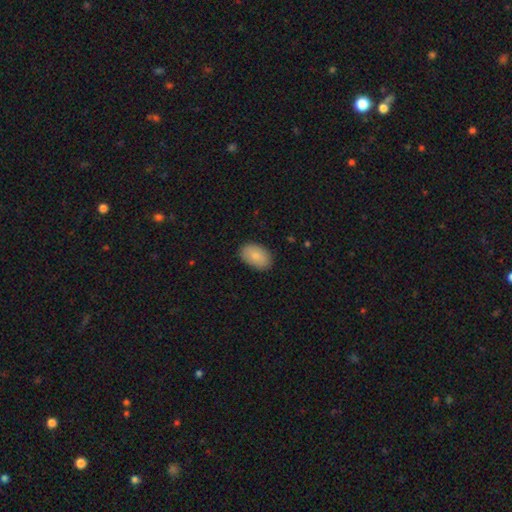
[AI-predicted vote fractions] This appears to be a smooth galaxy with no disk features (84%) that is in between round and cigar-shaped (91%). Merging: none (87%).